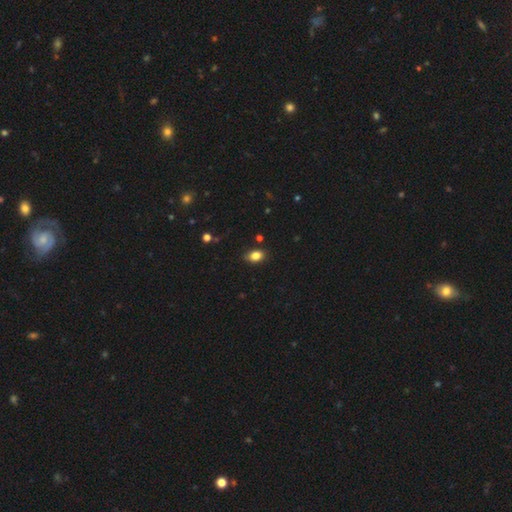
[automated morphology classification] A smooth galaxy with no disk features (84%) that is in between round and cigar-shaped (78%).

Vote fractions:
- Smooth or featured? smooth: 84% / star or artifact: 10% / featured or disk: 6%
- How rounded? in between: 78% / round: 20% / cigar-shaped: 2%
- Merging? none: 83% / minor disturbance: 13% / major disturbance: 2% / merger: 2%